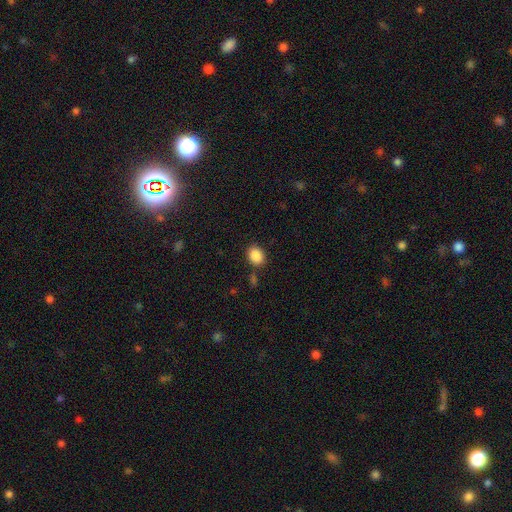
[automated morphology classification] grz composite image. It shows a smooth galaxy with no disk features (88%) that is in between round and cigar-shaped (56%). Merging: none (80%).